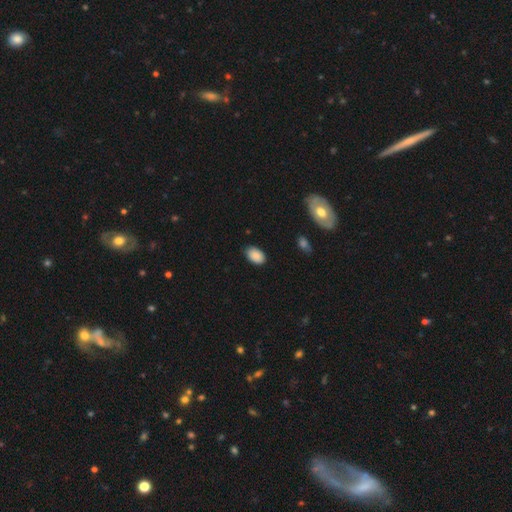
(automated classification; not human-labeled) smooth-or-featured: smooth: 87% | star or artifact: 7% | featured or disk: 5%
  how-rounded: in between: 90% | round: 9% | cigar-shaped: 1%
  merging: none: 83% | minor disturbance: 13% | major disturbance: 2% | merger: 1%